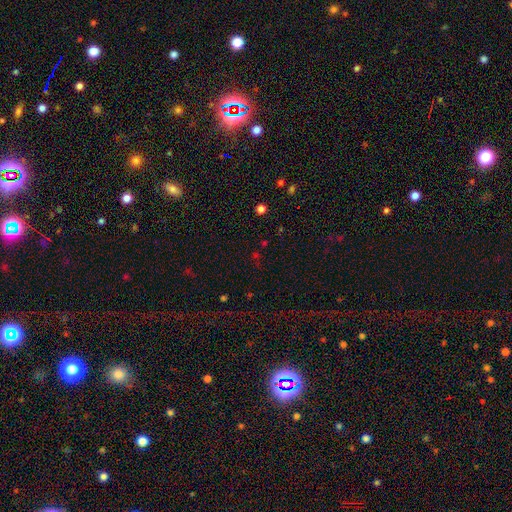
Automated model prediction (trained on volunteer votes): Smooth or featured? Predicted: star or artifact (p=0.62).